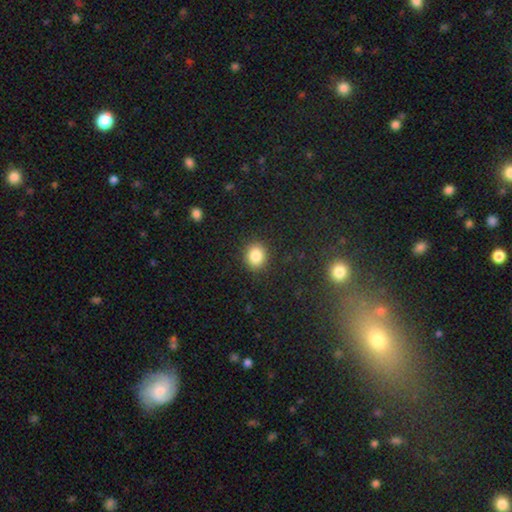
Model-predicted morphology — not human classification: This is clearly a smooth galaxy (84%). How rounded: likely round (75%). Merging: clearly none (89%).